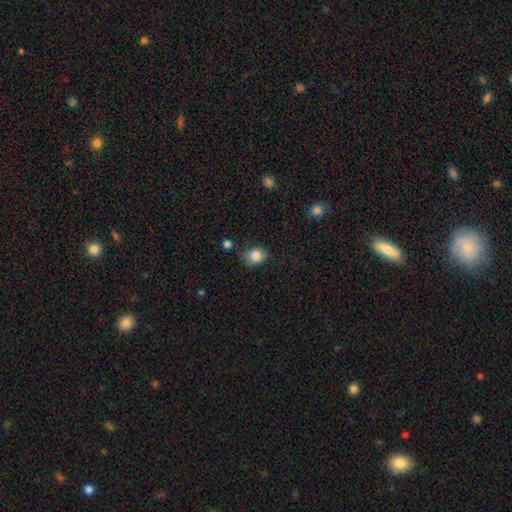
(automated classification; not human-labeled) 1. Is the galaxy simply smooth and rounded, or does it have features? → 84% smooth, 10% star or artifact, 6% featured or disk.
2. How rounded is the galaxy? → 59% round, 40% in between, 1% cigar-shaped.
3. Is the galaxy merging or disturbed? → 75% none, 18% minor disturbance, 4% major disturbance, 3% merger.